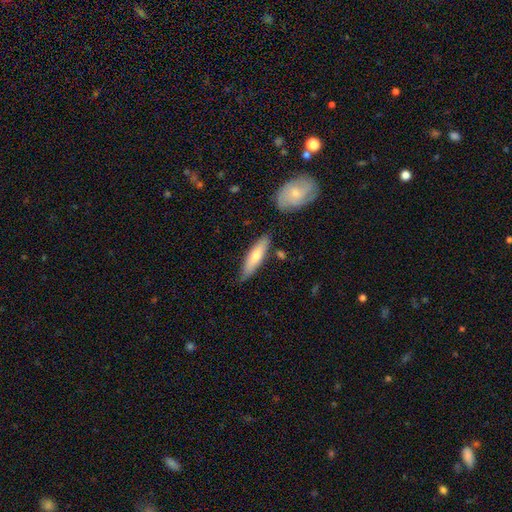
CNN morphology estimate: Smooth or featured? Predicted: smooth (p=0.66). How rounded? Predicted: cigar-shaped (p=0.70). Merging? Predicted: none (p=0.78).